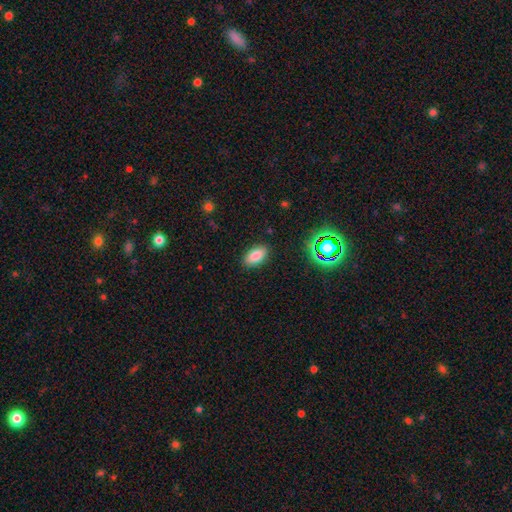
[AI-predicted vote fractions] A smooth galaxy with no disk features (82%) that is in between round and cigar-shaped (92%). Merging: none (87%).